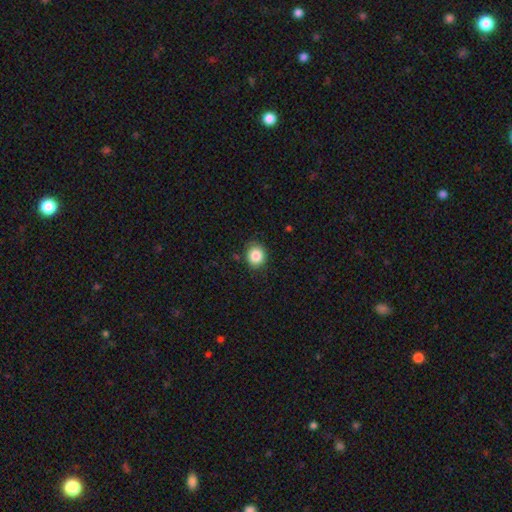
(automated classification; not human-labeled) Morphology: type=smooth (86%); roundness=round (81%); merging=none (84%).